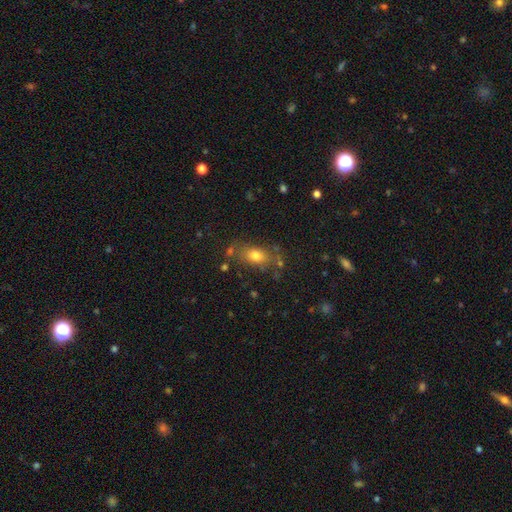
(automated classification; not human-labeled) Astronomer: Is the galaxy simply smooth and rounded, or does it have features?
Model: smooth — 74%.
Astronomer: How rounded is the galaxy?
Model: in between — 76%.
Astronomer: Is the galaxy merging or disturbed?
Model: none — 69%.